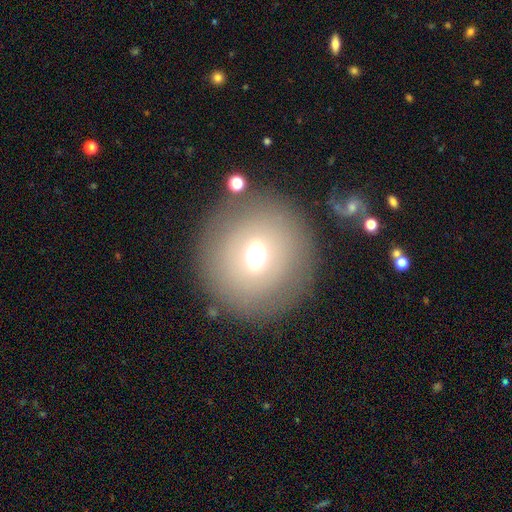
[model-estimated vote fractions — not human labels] Smooth or featured? Predicted: smooth (p=0.62). How rounded? Predicted: round (p=0.83). Merging? Predicted: none (p=0.78).